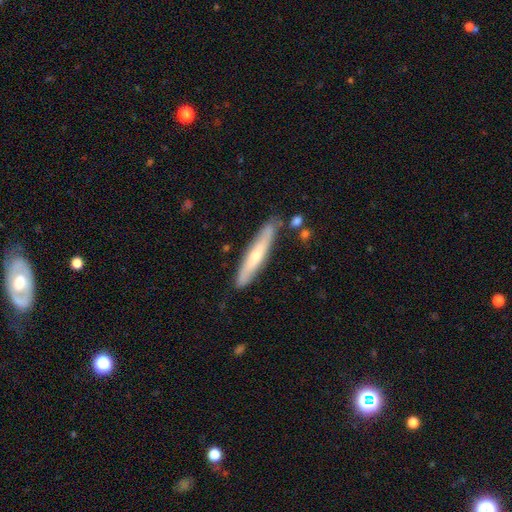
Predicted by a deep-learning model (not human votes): Q: Smooth or featured?
A: smooth (48%); runner-up: featured or disk (46%)
Q: Merging?
A: none (82%); runner-up: minor disturbance (12%)